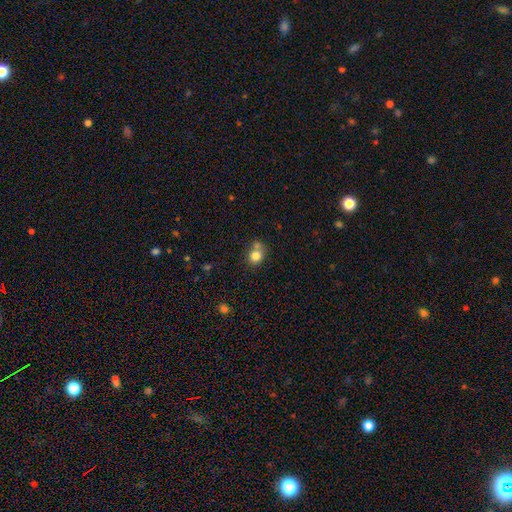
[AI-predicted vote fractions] A smooth galaxy with no disk features (80%) that is round (76%). Merging: none (52%).